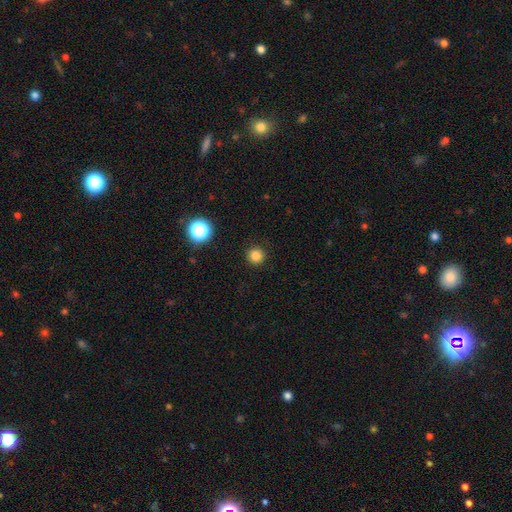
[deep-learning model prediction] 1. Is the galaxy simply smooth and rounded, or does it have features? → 82% smooth, 14% star or artifact, 4% featured or disk.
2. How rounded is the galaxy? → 96% round, 3% in between, 1% cigar-shaped.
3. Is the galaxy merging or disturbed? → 92% none, 5% minor disturbance, 2% major disturbance, 1% merger.